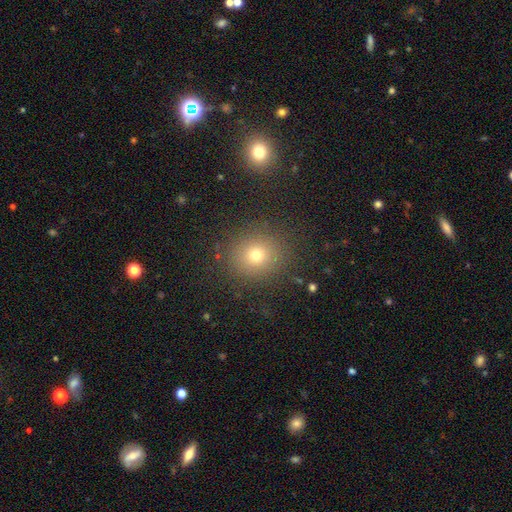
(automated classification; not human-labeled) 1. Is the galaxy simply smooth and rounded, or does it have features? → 71% smooth, 18% star or artifact, 11% featured or disk.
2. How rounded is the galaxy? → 80% round, 19% in between, 1% cigar-shaped.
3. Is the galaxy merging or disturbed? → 86% none, 8% minor disturbance, 4% major disturbance, 2% merger.